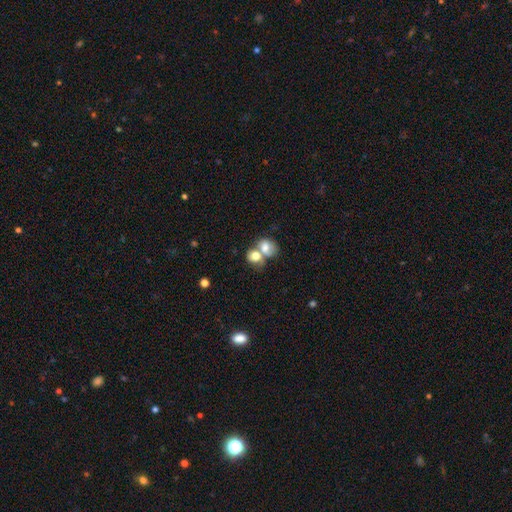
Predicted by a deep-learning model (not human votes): smooth 74%, featured or disk 18%, star or artifact 8%. Down the decision tree: how rounded — round (58%); merging — merger (69%).